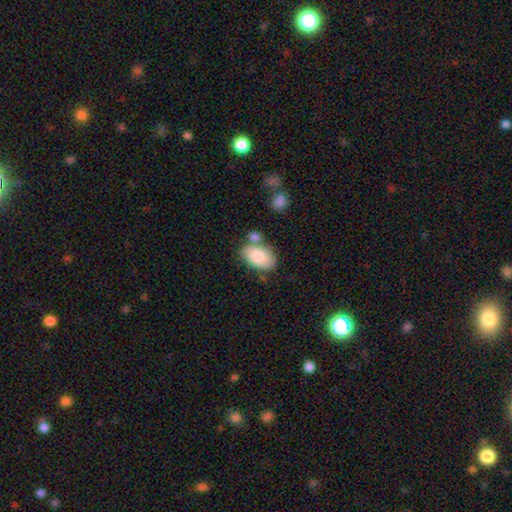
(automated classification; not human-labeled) smooth-or-featured: smooth: 82% | featured or disk: 12% | star or artifact: 6%
  how-rounded: in between: 93% | round: 5% | cigar-shaped: 1%
  merging: none: 56% | merger: 20% | minor disturbance: 19% | major disturbance: 6%